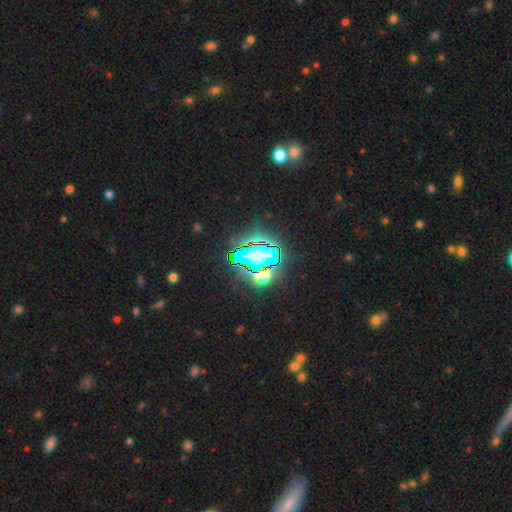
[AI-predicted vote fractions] A star or artifact, not a galaxy (71%).

Vote fractions:
- Smooth or featured? star or artifact: 71% / smooth: 17% / featured or disk: 12%